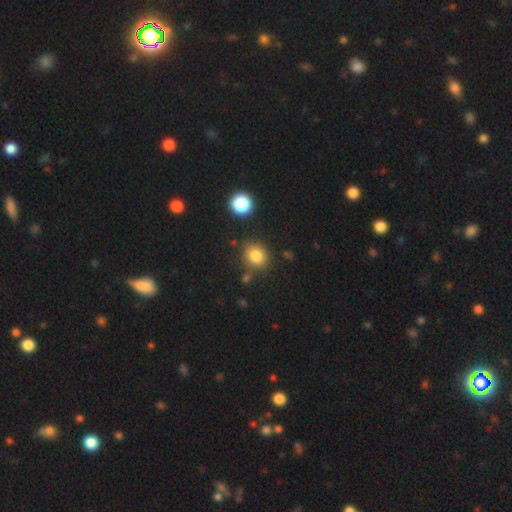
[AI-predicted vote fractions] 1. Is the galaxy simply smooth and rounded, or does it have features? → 82% smooth, 12% star or artifact, 6% featured or disk.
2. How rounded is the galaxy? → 70% round, 29% in between, 1% cigar-shaped.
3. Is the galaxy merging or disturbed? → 79% none, 11% minor disturbance, 7% merger, 4% major disturbance.